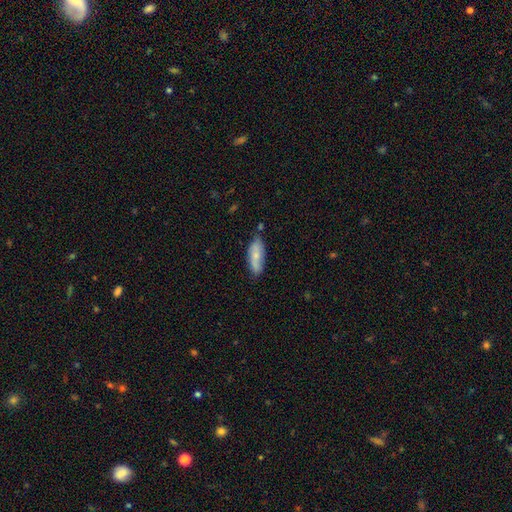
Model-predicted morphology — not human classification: Q: Smooth or featured?
A: smooth (69%); runner-up: featured or disk (25%)
Q: How rounded?
A: in between (69%); runner-up: cigar-shaped (29%)
Q: Merging?
A: none (68%); runner-up: minor disturbance (24%)